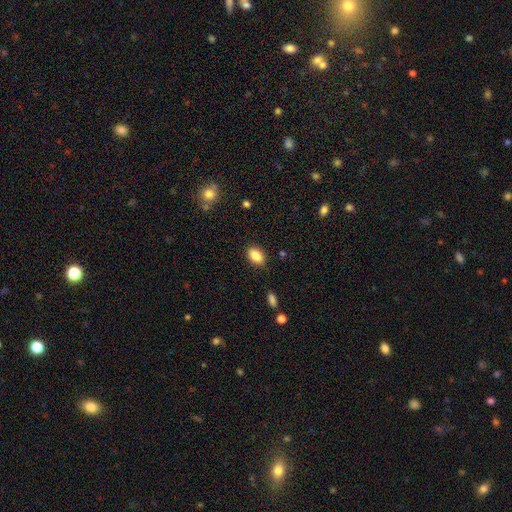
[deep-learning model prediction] smooth 85%, star or artifact 8%, featured or disk 7%. Down the decision tree: how rounded — in between (86%); merging — none (86%).